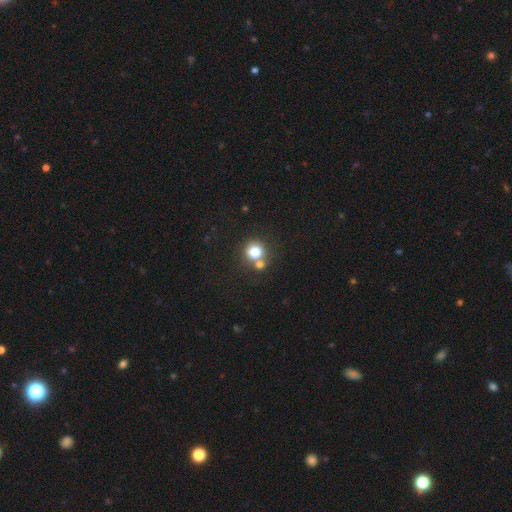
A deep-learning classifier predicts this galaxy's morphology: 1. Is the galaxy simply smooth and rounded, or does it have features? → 73% smooth, 17% star or artifact, 9% featured or disk.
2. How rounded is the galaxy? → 91% round, 8% in between, 1% cigar-shaped.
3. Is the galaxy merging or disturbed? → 62% none, 28% merger, 7% minor disturbance, 3% major disturbance.